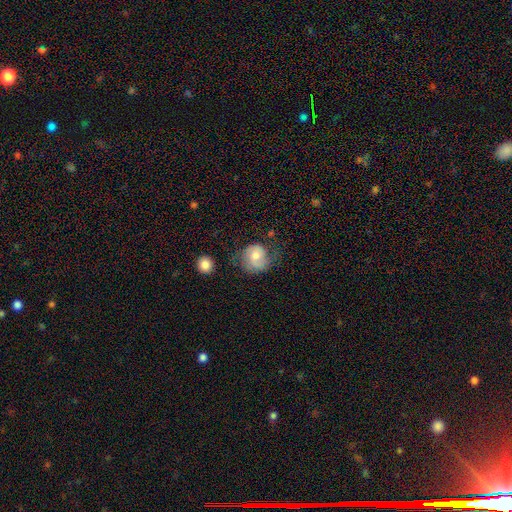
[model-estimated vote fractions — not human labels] smooth 52%, featured or disk 39%, star or artifact 8%. Down the decision tree: how rounded — round (79%); merging — none (53%).